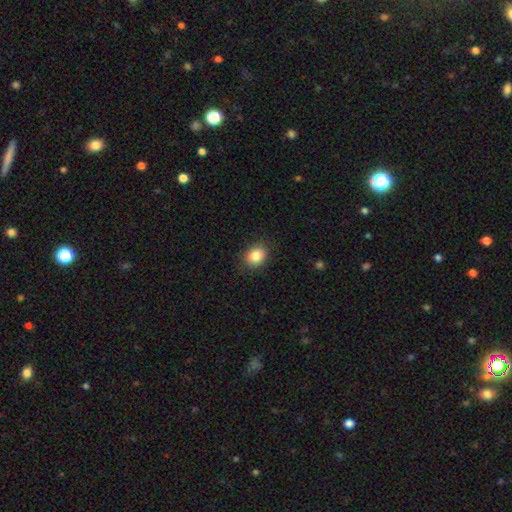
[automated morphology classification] Overall: smooth (86%). How rounded: in between (50%; round 49%). Merging: none (86%).